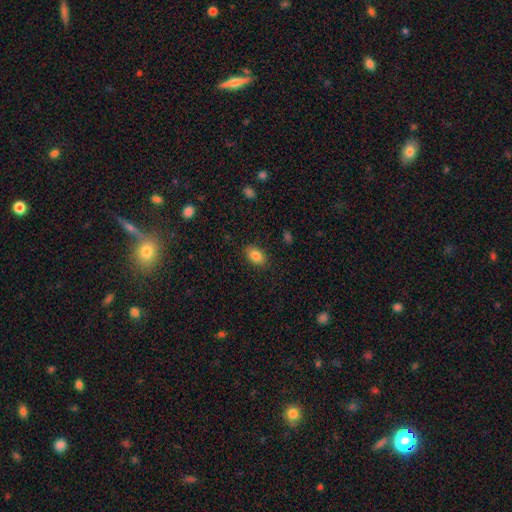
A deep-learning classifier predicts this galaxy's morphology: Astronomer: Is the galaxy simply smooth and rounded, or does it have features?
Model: smooth — 84%.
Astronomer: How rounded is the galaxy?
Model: in between — 86%.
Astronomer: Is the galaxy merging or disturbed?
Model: none — 86%.